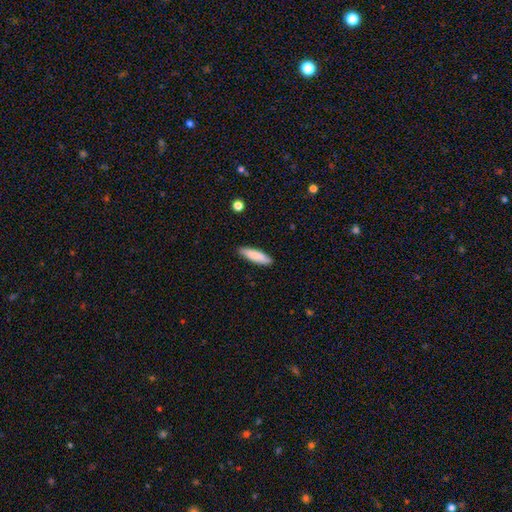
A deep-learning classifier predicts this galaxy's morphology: Smooth or featured?
  - smooth: 85% *
  - featured or disk: 9%
  - star or artifact: 6%
How rounded?
  - cigar-shaped: 64% *
  - in between: 34%
  - round: 1%
Merging?
  - none: 87% *
  - minor disturbance: 10%
  - major disturbance: 2%
  - merger: 1%